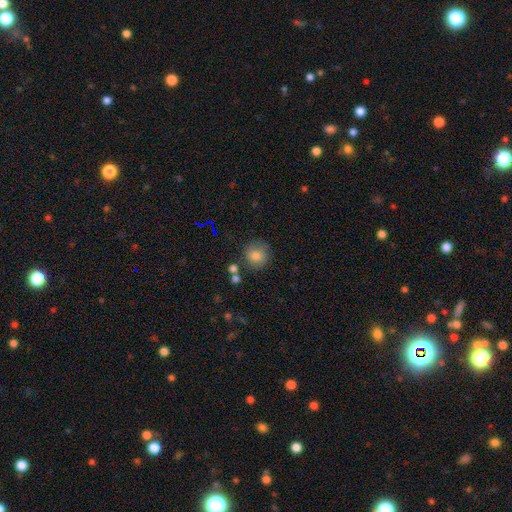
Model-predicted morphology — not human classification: smooth 80%, star or artifact 10%, featured or disk 9%. Down the decision tree: how rounded — round (89%); merging — none (77%).